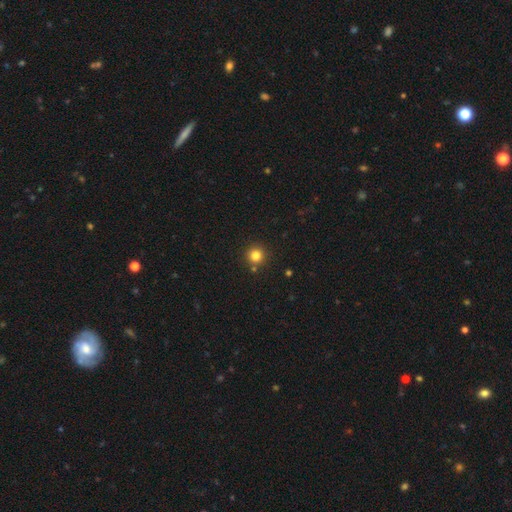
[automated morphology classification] Overall: smooth (82%). How rounded: round (95%). Merging: none (85%).